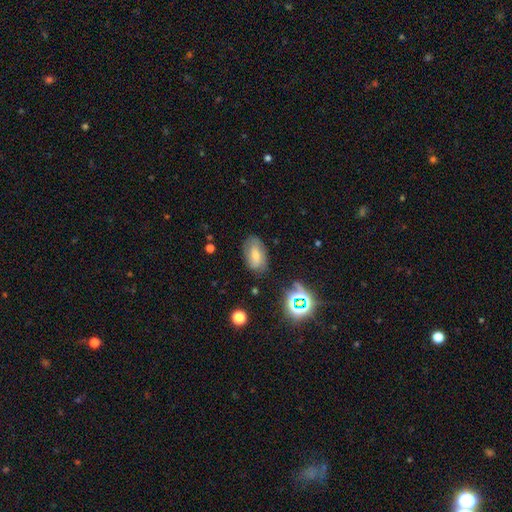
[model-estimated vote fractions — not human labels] This appears to be a smooth galaxy with no disk features (59%) that is in between round and cigar-shaped (90%). Merging: none (73%).